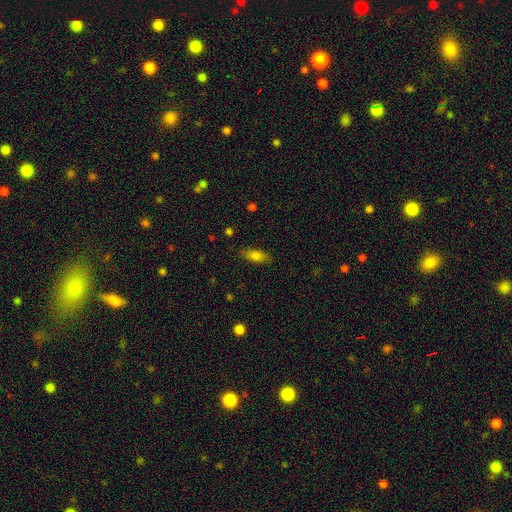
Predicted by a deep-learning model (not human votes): Q: Smooth or featured?
A: smooth (78%); runner-up: featured or disk (13%)
Q: How rounded?
A: in between (74%); runner-up: cigar-shaped (23%)
Q: Merging?
A: none (85%); runner-up: minor disturbance (11%)